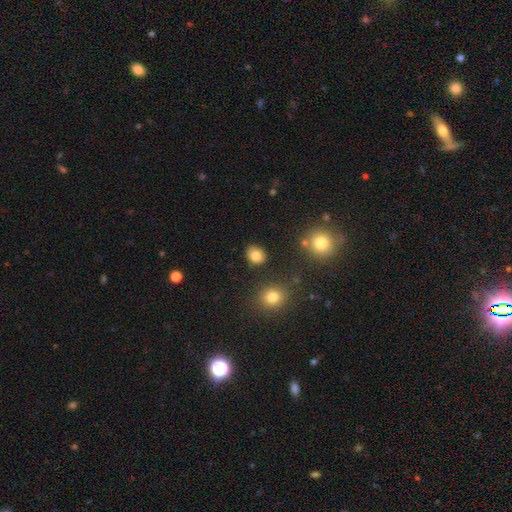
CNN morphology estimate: Smooth or featured?
  - smooth: 83% *
  - star or artifact: 11%
  - featured or disk: 6%
How rounded?
  - round: 53% *
  - in between: 45%
  - cigar-shaped: 1%
Merging?
  - none: 84% *
  - minor disturbance: 10%
  - merger: 3%
  - major disturbance: 3%